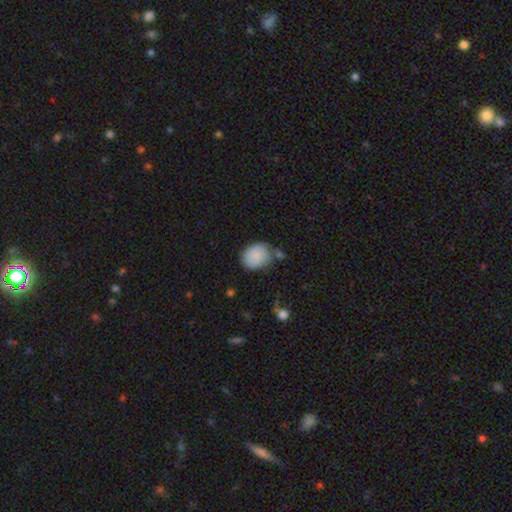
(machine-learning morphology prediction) A smooth galaxy with no disk features (84%) that is in between round and cigar-shaped (56%).

Vote fractions:
- Smooth or featured? smooth: 84% / featured or disk: 9% / star or artifact: 7%
- How rounded? in between: 56% / round: 43% / cigar-shaped: 1%
- Merging? none: 62% / minor disturbance: 21% / merger: 11% / major disturbance: 6%